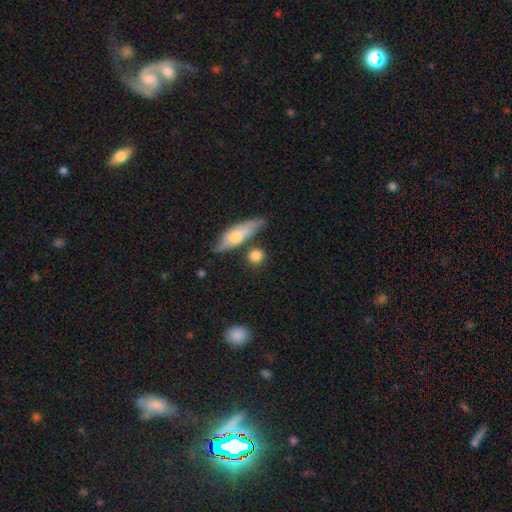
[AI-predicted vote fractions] This is clearly a smooth galaxy (81%). How rounded: likely round (76%). Merging: likely none (70%).